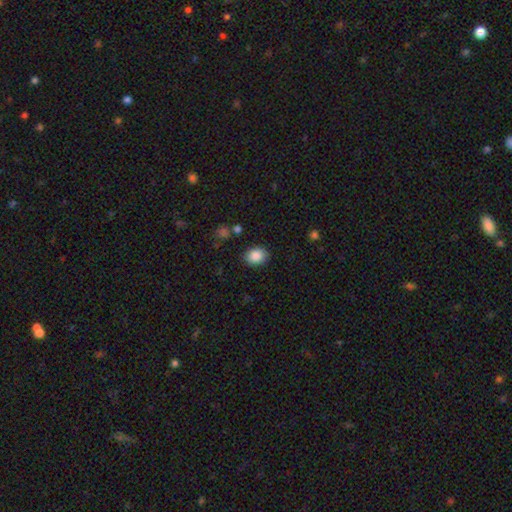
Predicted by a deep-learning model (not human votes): smooth-or-featured: smooth: 88% | star or artifact: 8% | featured or disk: 4%
  how-rounded: in between: 57% | round: 42% | cigar-shaped: 1%
  merging: none: 86% | minor disturbance: 10% | major disturbance: 3% | merger: 2%